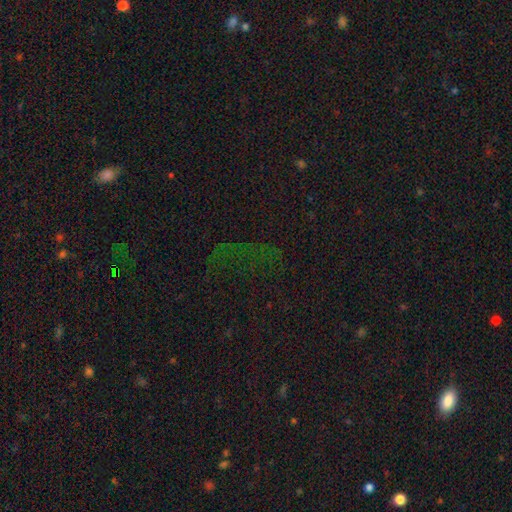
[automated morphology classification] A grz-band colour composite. It shows a star or artifact, not a galaxy (68%).